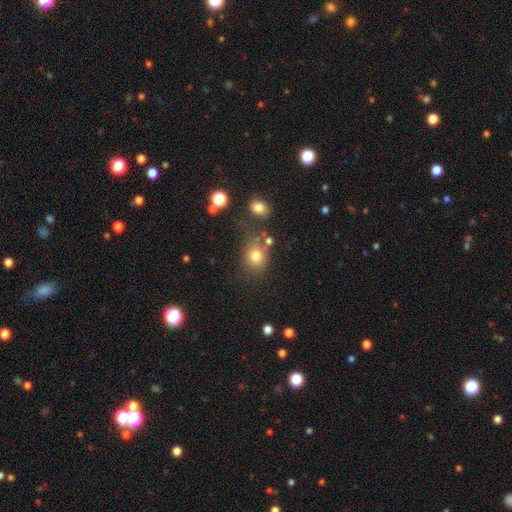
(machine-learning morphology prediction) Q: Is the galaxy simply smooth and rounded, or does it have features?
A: smooth — 77%.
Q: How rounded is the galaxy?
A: round — 64%.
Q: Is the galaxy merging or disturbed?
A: none — 63%.